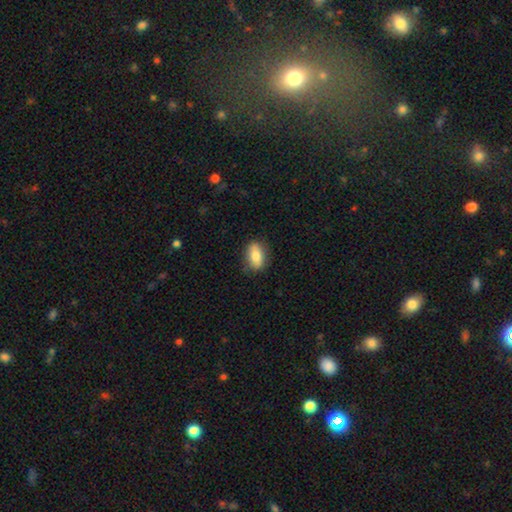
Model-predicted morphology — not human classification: A smooth galaxy with no disk features (80%) that is in between round and cigar-shaped (86%). Merging: none (80%).